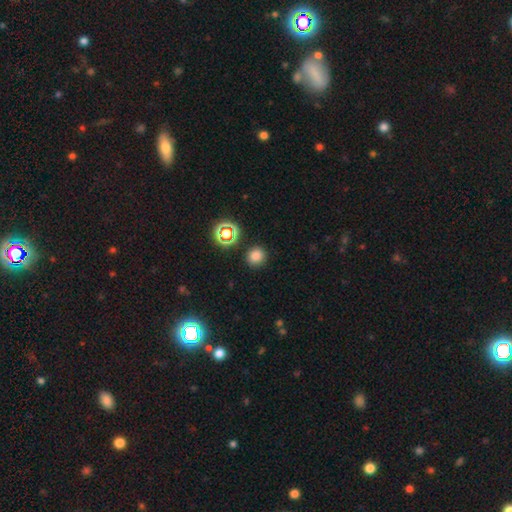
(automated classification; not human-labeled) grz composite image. It shows a smooth galaxy with no disk features (77%) that is round (89%). Merging: none (89%).